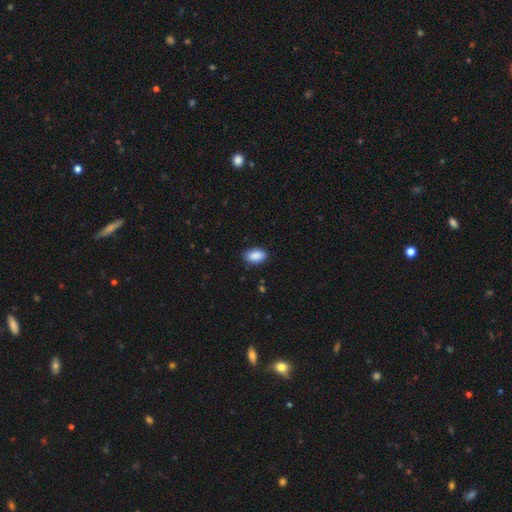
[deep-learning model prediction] Smooth or featured?
  - smooth: 89% *
  - star or artifact: 7%
  - featured or disk: 4%
How rounded?
  - in between: 92% *
  - round: 6%
  - cigar-shaped: 2%
Merging?
  - none: 83% *
  - minor disturbance: 13%
  - major disturbance: 2%
  - merger: 1%